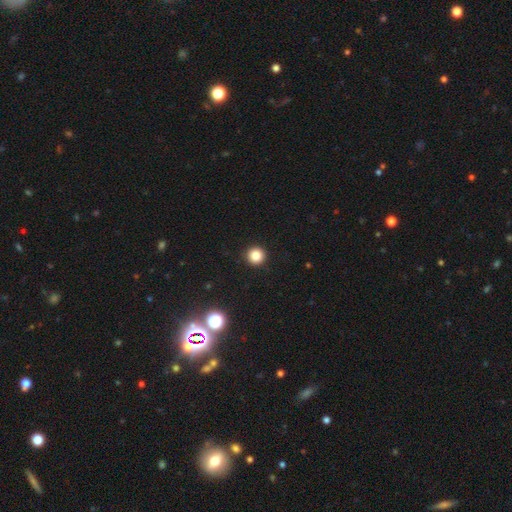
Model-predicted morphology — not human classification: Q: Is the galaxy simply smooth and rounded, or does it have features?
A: smooth — 83%.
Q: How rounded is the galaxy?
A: round — 96%.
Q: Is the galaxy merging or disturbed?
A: none — 94%.